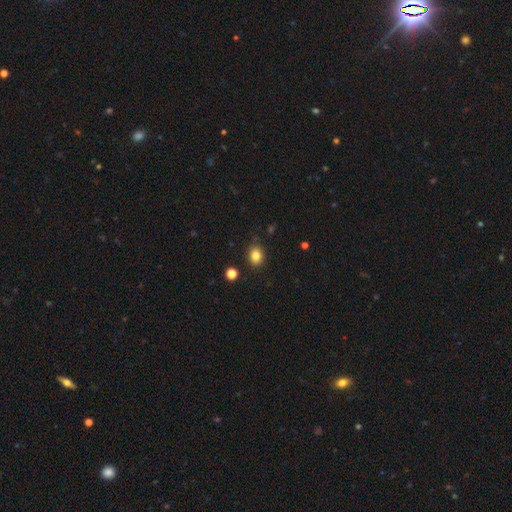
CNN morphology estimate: A smooth galaxy with no disk features (84%) that is round (52%). Merging: none (85%).